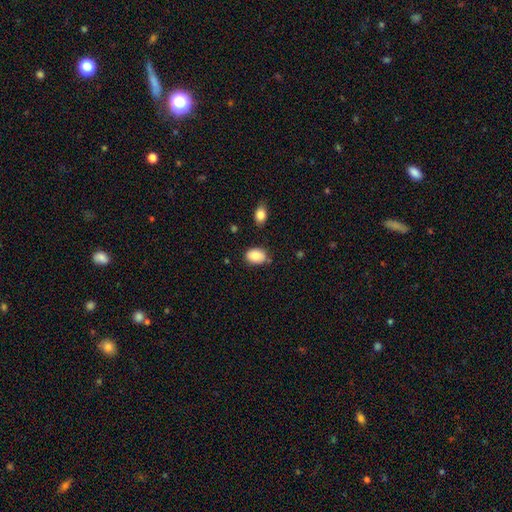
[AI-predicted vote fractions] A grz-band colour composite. It shows a smooth galaxy with no disk features (87%) that is in between round and cigar-shaped (77%). Merging: none (71%).